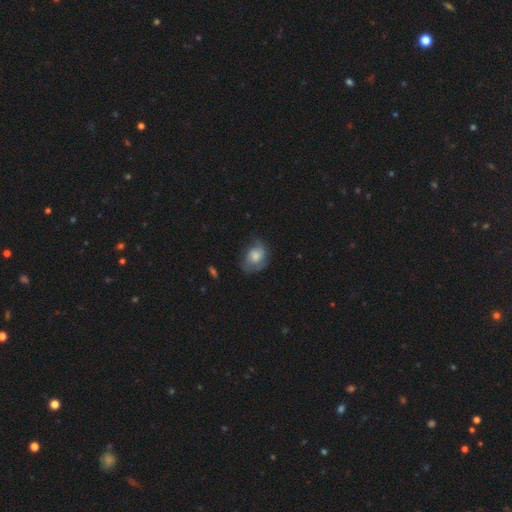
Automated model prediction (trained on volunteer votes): A smooth galaxy with no disk features (52%) that is in between round and cigar-shaped (62%). Merging: none (49%).